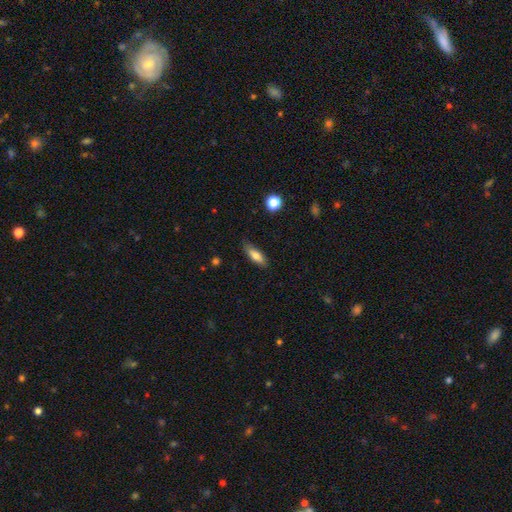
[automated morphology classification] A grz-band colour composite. It shows a smooth galaxy with no disk features (72%) that is in between round and cigar-shaped (54%). Merging: none (81%).